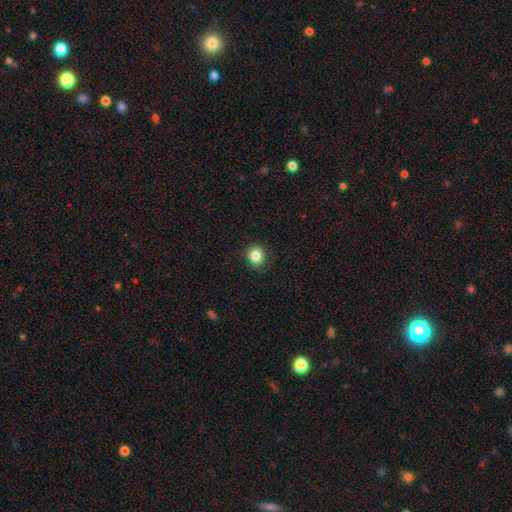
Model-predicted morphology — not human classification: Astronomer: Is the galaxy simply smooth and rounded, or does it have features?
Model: smooth — 84%.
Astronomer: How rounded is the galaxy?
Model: round — 84%.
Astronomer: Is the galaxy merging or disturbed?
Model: none — 90%.